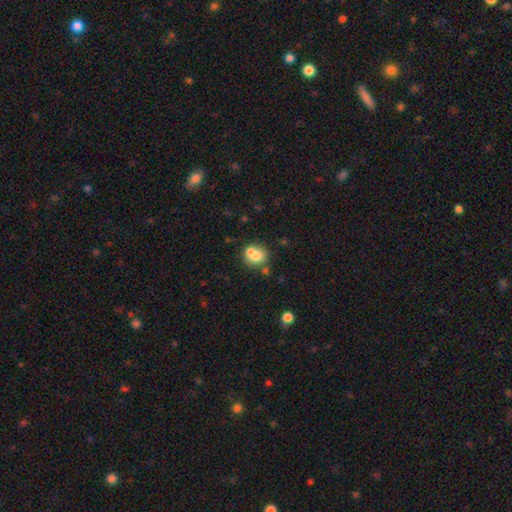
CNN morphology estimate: smooth-or-featured: smooth: 70% | featured or disk: 19% | star or artifact: 11%
  how-rounded: round: 71% | in between: 28% | cigar-shaped: 1%
  merging: merger: 49% | none: 38% | minor disturbance: 9% | major disturbance: 4%